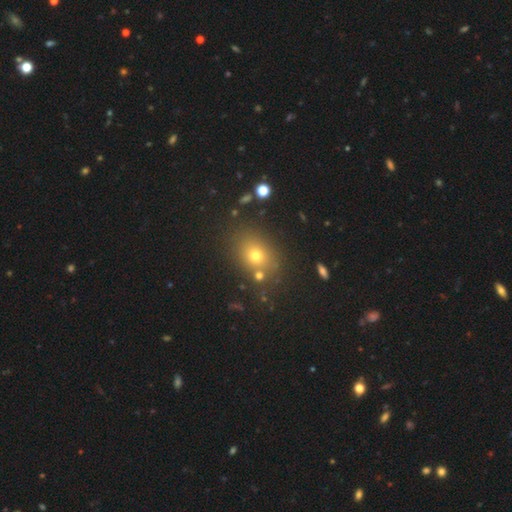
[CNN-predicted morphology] Overall: smooth (66%). How rounded: round (50%; in between 48%). Merging: none (80%).